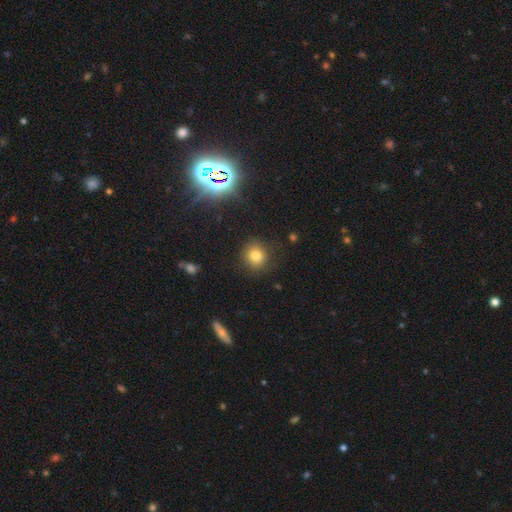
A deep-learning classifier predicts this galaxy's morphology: This is likely a smooth galaxy (77%). How rounded: clearly round (84%). Merging: clearly none (84%).